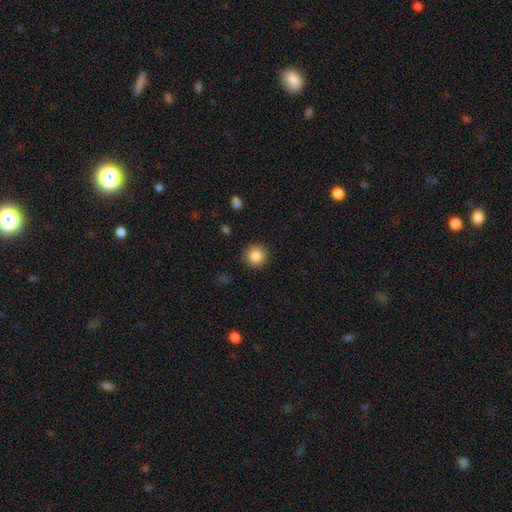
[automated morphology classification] Smooth or featured?
  - smooth: 85% *
  - star or artifact: 9%
  - featured or disk: 6%
How rounded?
  - round: 94% *
  - in between: 5%
  - cigar-shaped: 1%
Merging?
  - none: 91% *
  - minor disturbance: 6%
  - major disturbance: 2%
  - merger: 1%